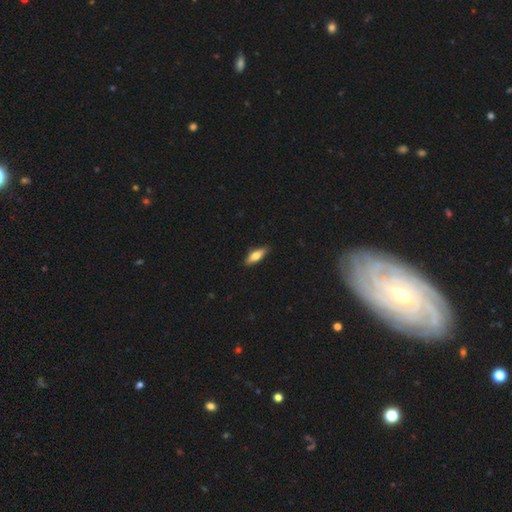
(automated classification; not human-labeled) A smooth galaxy with no disk features (65%) that is in between round and cigar-shaped (53%).

Vote fractions:
- Smooth or featured? smooth: 65% / featured or disk: 30% / star or artifact: 6%
- How rounded? in between: 53% / cigar-shaped: 44% / round: 2%
- Merging? none: 88% / minor disturbance: 10% / major disturbance: 2% / merger: 1%